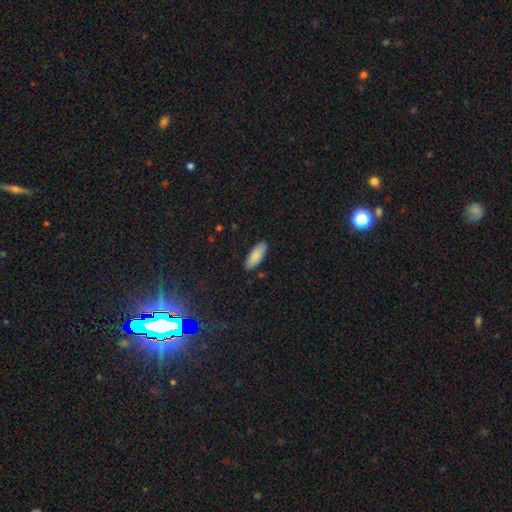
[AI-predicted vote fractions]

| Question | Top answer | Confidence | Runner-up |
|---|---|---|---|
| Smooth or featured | smooth | 87% | featured or disk (7%) |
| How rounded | in between | 75% | cigar-shaped (24%) |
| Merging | none | 88% | minor disturbance (9%) |